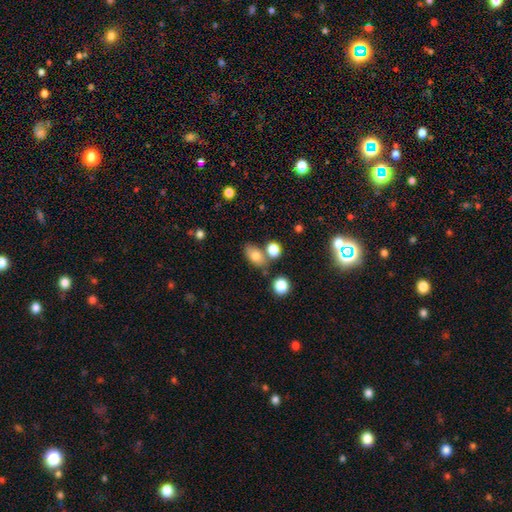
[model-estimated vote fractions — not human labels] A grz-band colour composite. It shows a smooth galaxy with no disk features (77%) that is in between round and cigar-shaped (85%). Merging: none (64%).